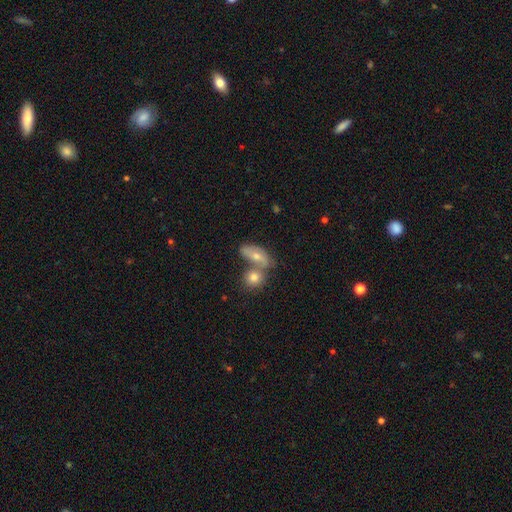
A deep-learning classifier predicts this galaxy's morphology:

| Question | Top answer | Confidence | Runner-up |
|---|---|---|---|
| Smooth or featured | smooth | 62% | featured or disk (29%) |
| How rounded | in between | 75% | round (13%) |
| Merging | merger | 48% | none (36%) |